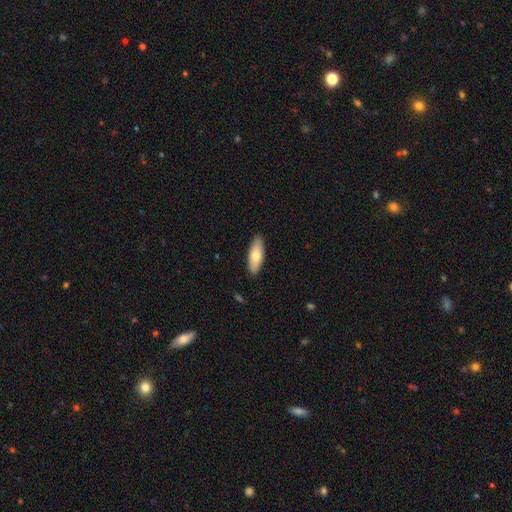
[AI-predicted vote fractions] This is likely a smooth galaxy (71%). How rounded: likely in between (68%). Merging: clearly none (90%).